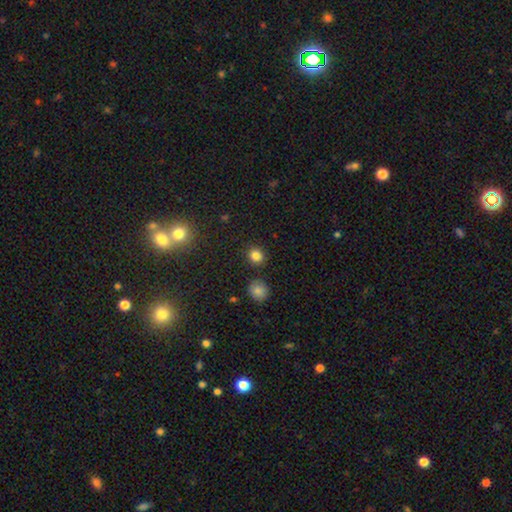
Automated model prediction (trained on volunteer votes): Morphology: type=smooth (83%); roundness=round (83%); merging=none (87%).